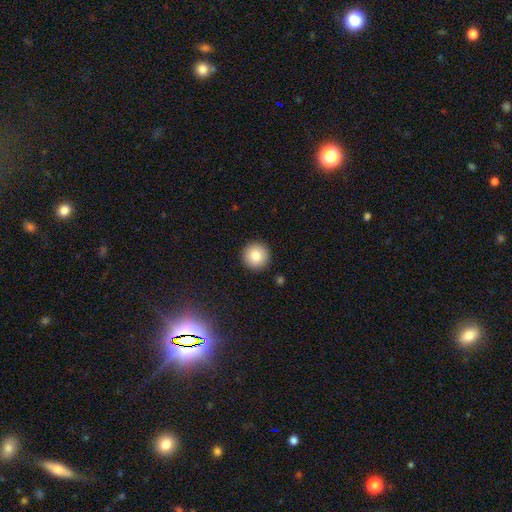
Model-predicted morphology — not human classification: smooth_or_featured: smooth (p=0.81) [alt: featured or disk p=0.09]
how_rounded: round (p=0.96) [alt: in between p=0.03]
merging: none (p=0.92) [alt: minor disturbance p=0.05]